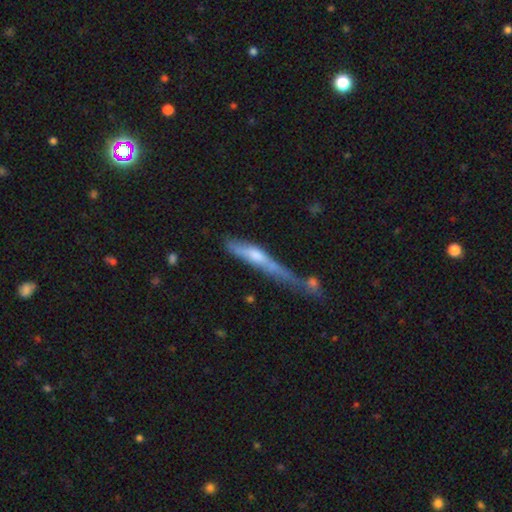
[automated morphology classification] Smooth or featured?
  - featured or disk: 48% *
  - smooth: 44%
  - star or artifact: 8%
Merging?
  - none: 29% *
  - merger: 26%
  - minor disturbance: 23%
  - major disturbance: 22%